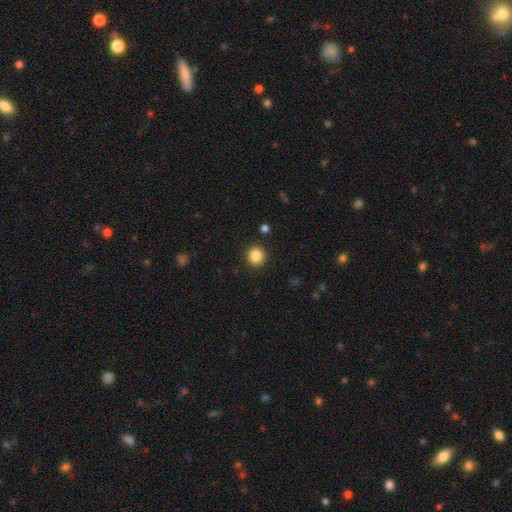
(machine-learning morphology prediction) smooth_or_featured: smooth (p=0.86) [alt: star or artifact p=0.10]
how_rounded: round (p=0.91) [alt: in between p=0.08]
merging: none (p=0.92) [alt: minor disturbance p=0.05]